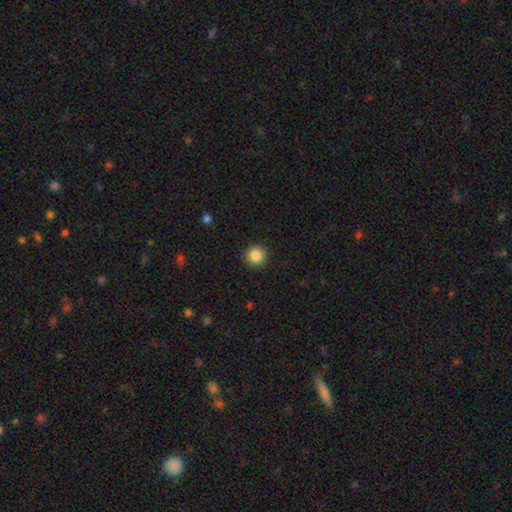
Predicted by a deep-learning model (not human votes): This appears to be a smooth galaxy with no disk features (87%) that is round (94%). Merging: none (92%).